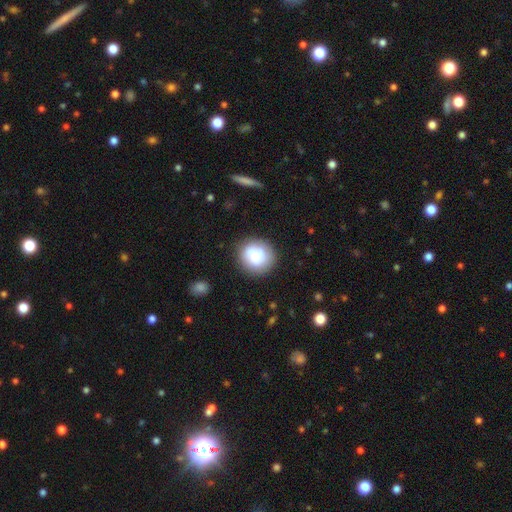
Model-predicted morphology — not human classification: A smooth galaxy with no disk features (70%) that is round (89%). Merging: none (75%).